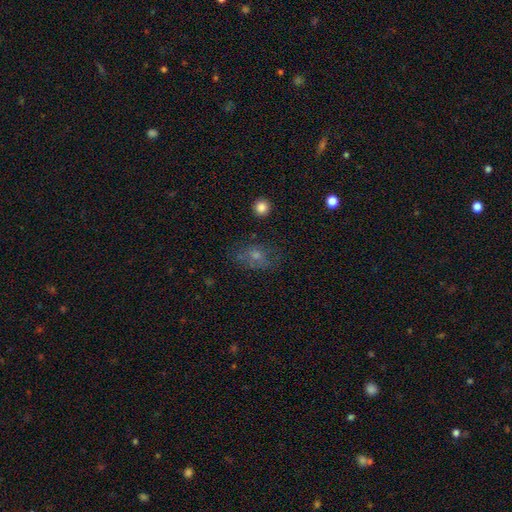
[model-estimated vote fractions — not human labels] Smooth or featured? smooth (56%)
How rounded? in between (70%)
Merging? none (61%)